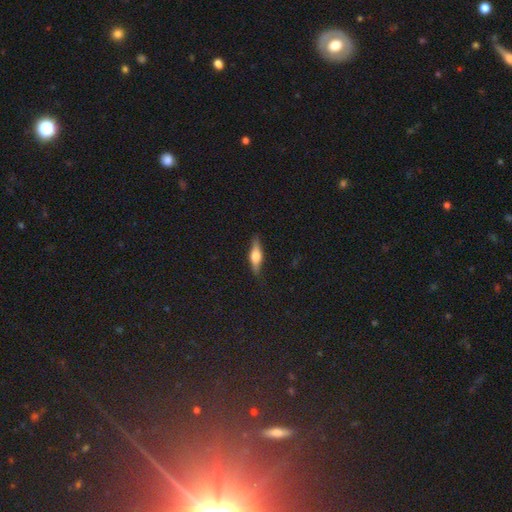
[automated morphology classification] featured or disk 52%, smooth 41%, star or artifact 7%. Down the decision tree: edge-on disk — yes (93%); merging — none (85%).